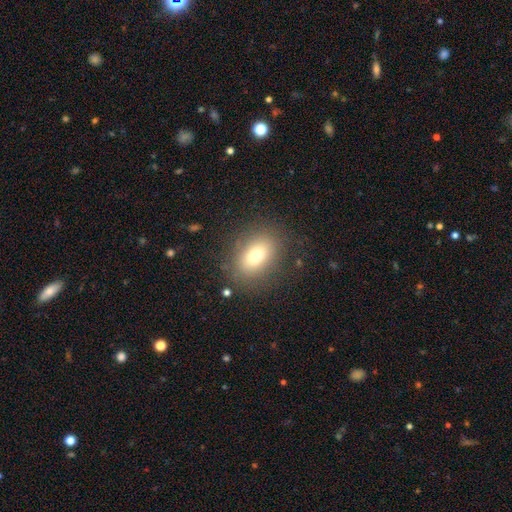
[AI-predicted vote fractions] Smooth or featured?
  - smooth: 73% *
  - featured or disk: 14%
  - star or artifact: 12%
How rounded?
  - in between: 69% *
  - round: 29%
  - cigar-shaped: 2%
Merging?
  - none: 83% *
  - minor disturbance: 10%
  - major disturbance: 5%
  - merger: 1%